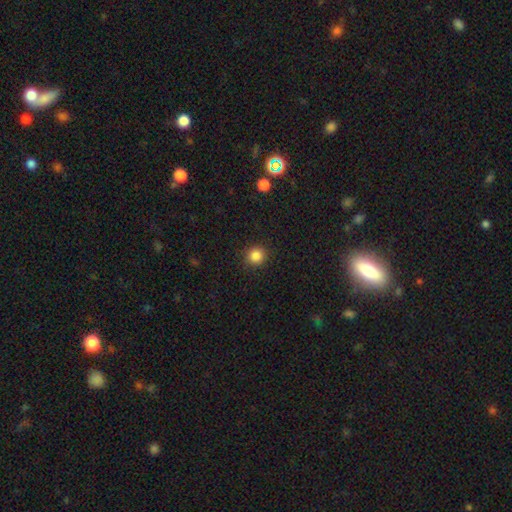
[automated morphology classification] This is clearly a smooth galaxy (85%). How rounded: clearly round (91%). Merging: clearly none (91%).